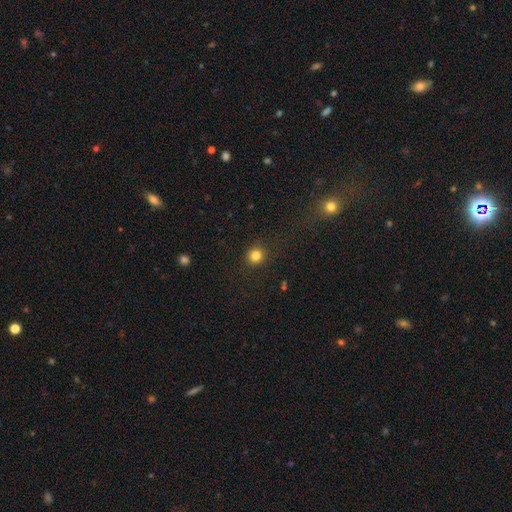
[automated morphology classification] Overall: smooth (83%). How rounded: round (90%). Merging: none (89%).